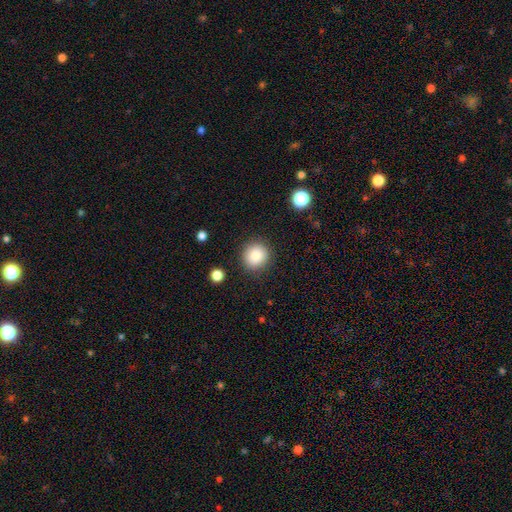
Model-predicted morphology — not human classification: A smooth galaxy with no disk features (85%) that is round (92%). Merging: none (88%).